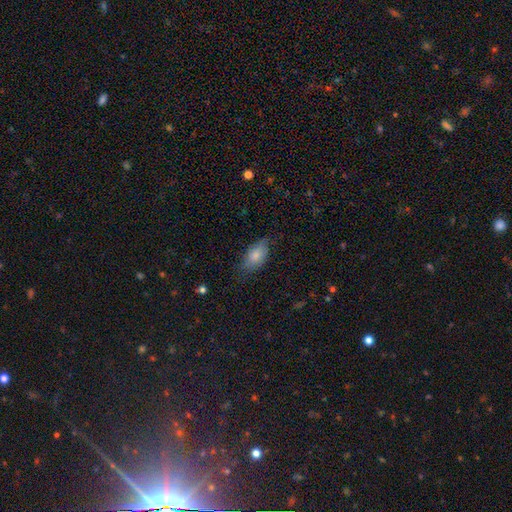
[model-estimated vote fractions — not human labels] Overall: smooth (76%). How rounded: in between (91%). Merging: none (61%; minor disturbance 30%).